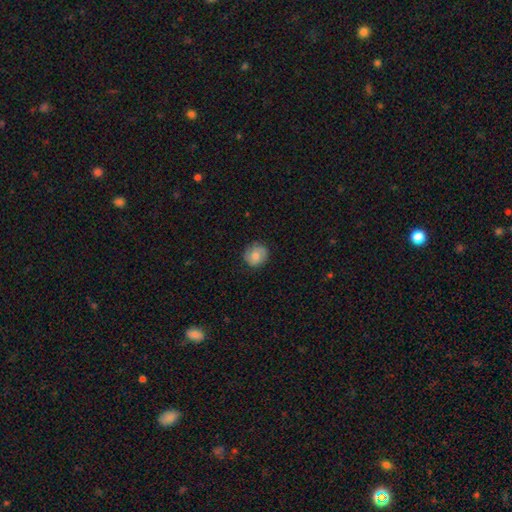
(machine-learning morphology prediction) Smooth or featured? Predicted: smooth (p=0.66). How rounded? Predicted: round (p=0.85). Merging? Predicted: none (p=0.80).